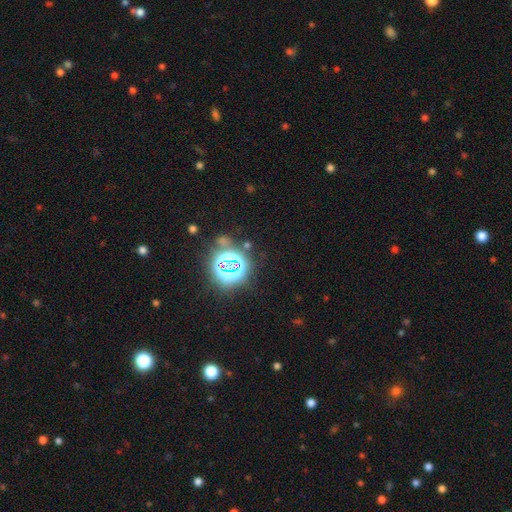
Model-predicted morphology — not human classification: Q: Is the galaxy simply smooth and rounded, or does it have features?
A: star or artifact — 82%.